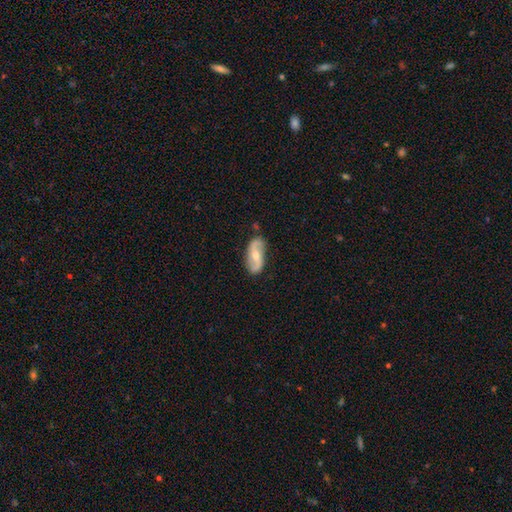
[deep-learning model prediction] Q: Smooth or featured?
A: featured or disk (73%); runner-up: smooth (22%)
Q: Edge-on disk?
A: no (94%); runner-up: yes (6%)
Q: Bar?
A: no (45%); runner-up: weak (38%)
Q: Spiral arms?
A: yes (90%); runner-up: no (10%)
Q: Spiral winding?
A: loose (60%); runner-up: medium (29%)
Q: Spiral arm count?
A: 2 (92%); runner-up: can't tell (4%)
Q: Bulge size?
A: moderate (65%); runner-up: small (30%)
Q: Merging?
A: none (81%); runner-up: minor disturbance (14%)